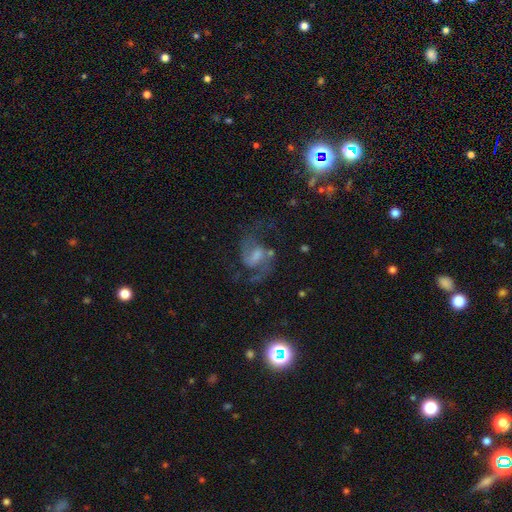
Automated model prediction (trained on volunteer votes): smooth-or-featured: featured or disk: 83% | star or artifact: 9% | smooth: 8%
  disk-edge-on: no: 98% | yes: 2%
    bar: weak: 54% | no: 26% | strong: 20%
    has-spiral-arms: yes: 96% | no: 4%
      spiral-winding: medium: 51% | loose: 40% | tight: 8%
      spiral-arm-count: 2: 92% | can't tell: 3% | 1: 2% | 3: 1% | 4: 1% | more than 4: 1%
    bulge-size: moderate: 35% | small: 29% | none: 22% | large: 11% | dominant: 2%
  merging: none: 65% | minor disturbance: 16% | major disturbance: 15% | merger: 4%